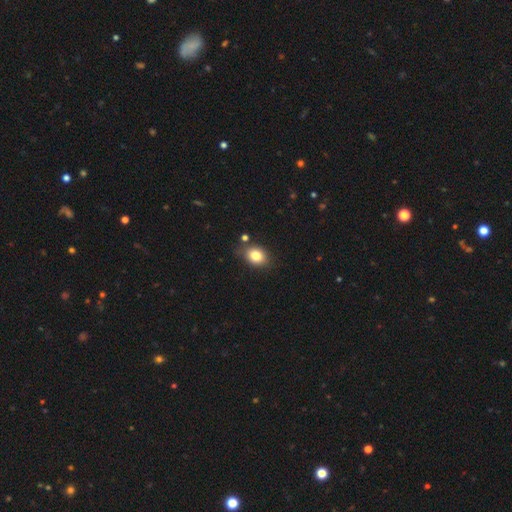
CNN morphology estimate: type=smooth (82%); roundness=in between (60%); merging=none (77%).